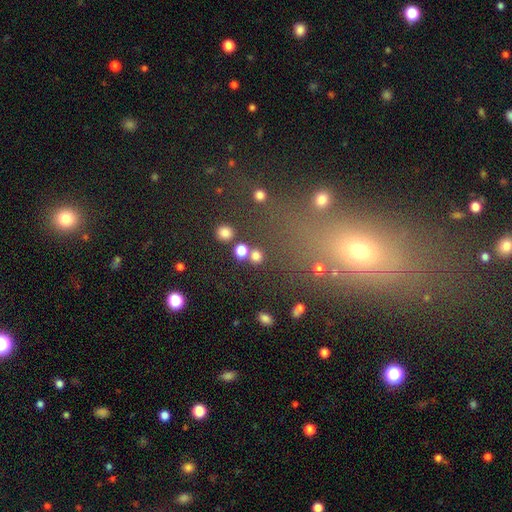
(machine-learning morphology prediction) This appears to be a smooth galaxy with no disk features (78%) that is round (90%). Merging: none (77%).